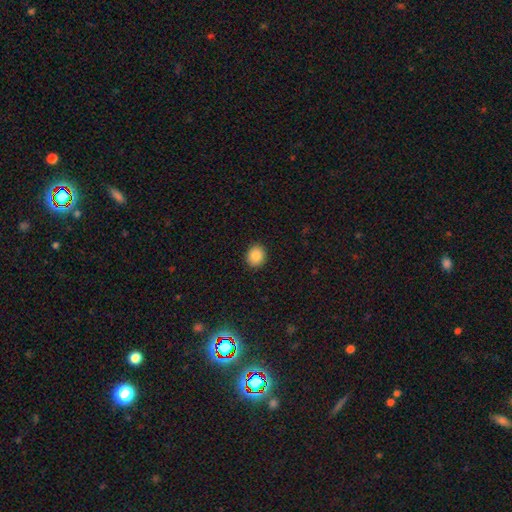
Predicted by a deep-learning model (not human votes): smooth_or_featured: smooth (p=0.87) [alt: star or artifact p=0.09]
how_rounded: round (p=0.81) [alt: in between p=0.18]
merging: none (p=0.92) [alt: minor disturbance p=0.06]